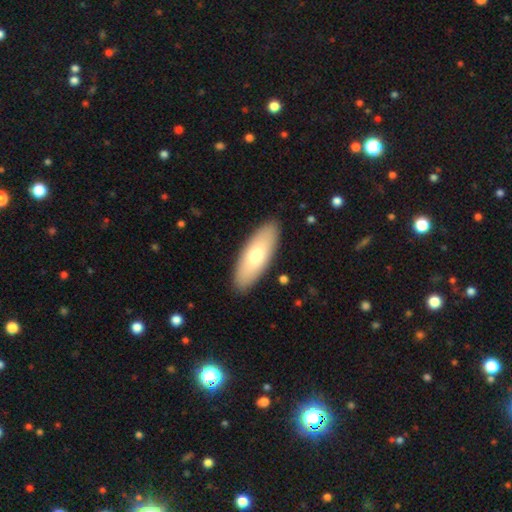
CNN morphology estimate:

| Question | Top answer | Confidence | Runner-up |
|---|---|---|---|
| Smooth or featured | smooth | 72% | featured or disk (23%) |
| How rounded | in between | 71% | cigar-shaped (27%) |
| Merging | none | 89% | minor disturbance (8%) |